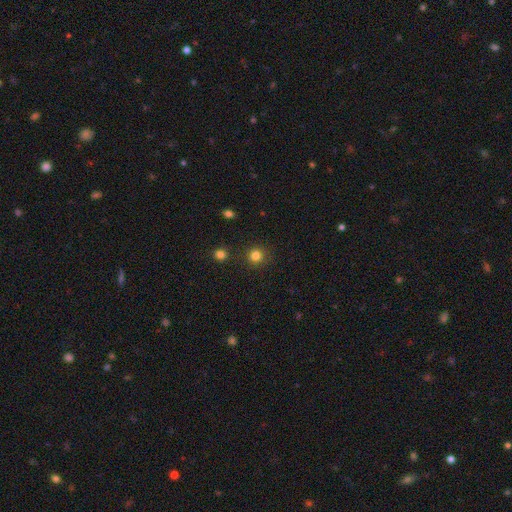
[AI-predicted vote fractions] Smooth or featured?
  - smooth: 81% *
  - star or artifact: 14%
  - featured or disk: 4%
How rounded?
  - round: 93% *
  - in between: 6%
  - cigar-shaped: 1%
Merging?
  - none: 88% *
  - minor disturbance: 6%
  - merger: 3%
  - major disturbance: 2%